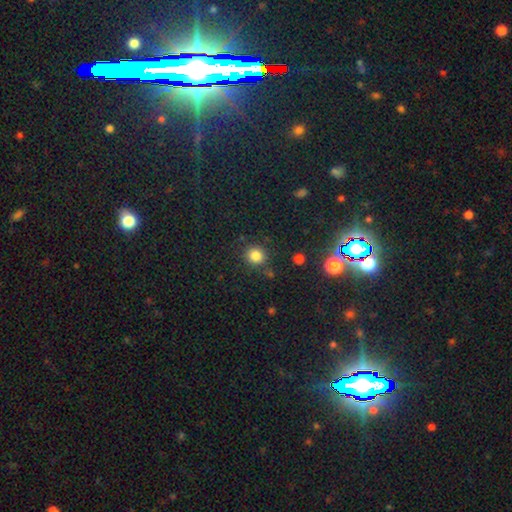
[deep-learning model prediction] smooth_or_featured: smooth (p=0.81) [alt: star or artifact p=0.14]
how_rounded: round (p=0.89) [alt: in between p=0.10]
merging: none (p=0.83) [alt: minor disturbance p=0.09]